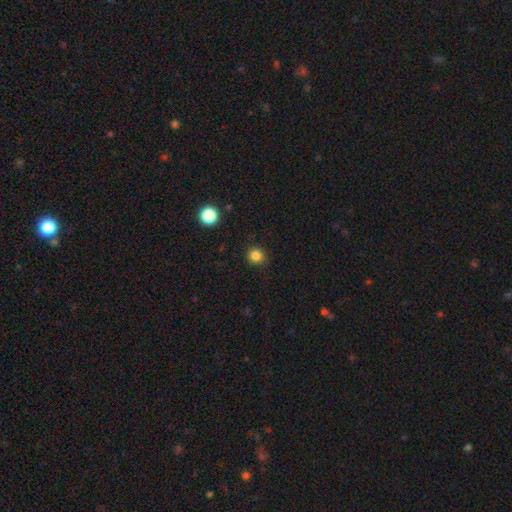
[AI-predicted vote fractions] Smooth or featured?
  - smooth: 83% *
  - star or artifact: 13%
  - featured or disk: 4%
How rounded?
  - round: 92% *
  - in between: 7%
  - cigar-shaped: 1%
Merging?
  - none: 90% *
  - minor disturbance: 6%
  - major disturbance: 2%
  - merger: 1%